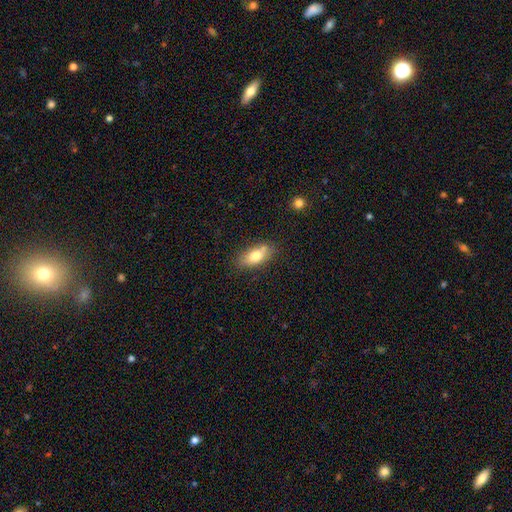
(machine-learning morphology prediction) Smooth or featured: smooth — 74% (featured or disk — 18%)
How rounded: in between — 83% (cigar-shaped — 12%)
Merging: none — 64% (minor disturbance — 18%)